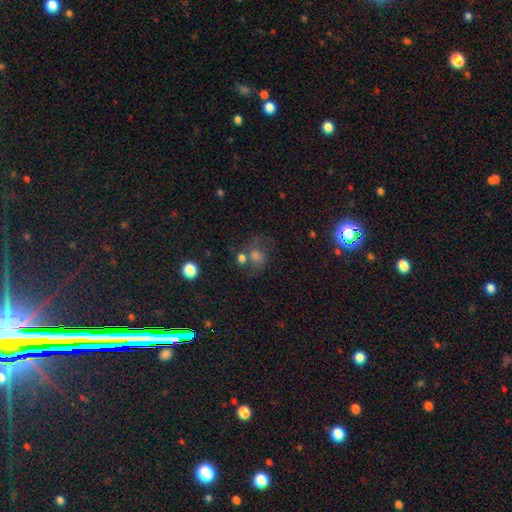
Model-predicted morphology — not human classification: Smooth or featured: smooth — 40% (star or artifact — 35%)
Merging: none — 51% (merger — 20%)